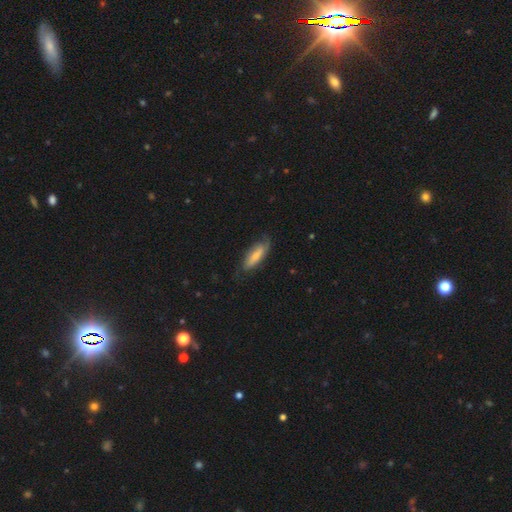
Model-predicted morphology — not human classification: smooth-or-featured: smooth: 64% | featured or disk: 30% | star or artifact: 6%
  how-rounded: in between: 55% | cigar-shaped: 43% | round: 2%
  merging: none: 70% | minor disturbance: 23% | major disturbance: 6% | merger: 1%